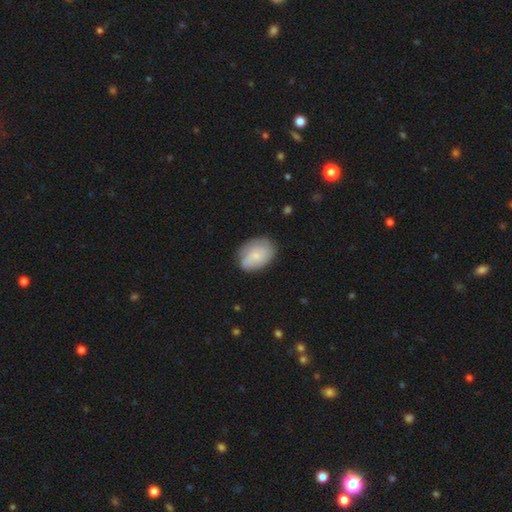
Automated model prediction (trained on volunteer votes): Q: Smooth or featured?
A: smooth (60%); runner-up: featured or disk (33%)
Q: How rounded?
A: in between (78%); runner-up: round (20%)
Q: Merging?
A: none (69%); runner-up: minor disturbance (23%)